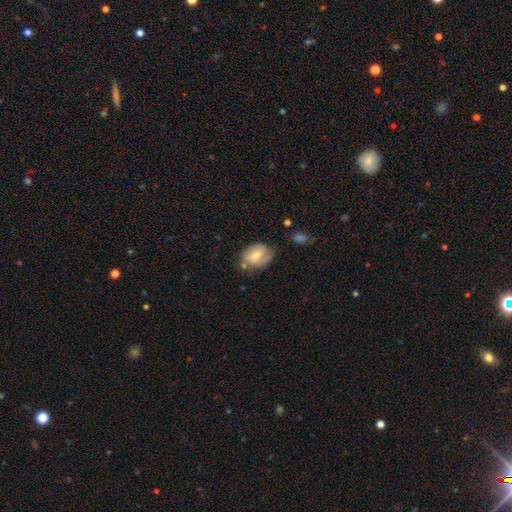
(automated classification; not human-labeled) Smooth or featured? featured or disk (47%)
Merging? none (52%)